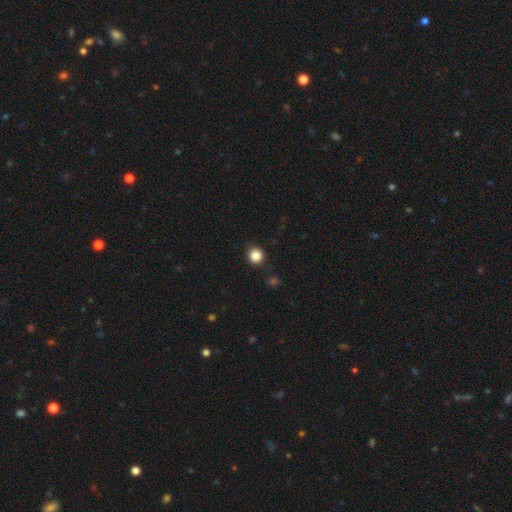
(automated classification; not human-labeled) smooth 86%, star or artifact 11%, featured or disk 3%. Down the decision tree: how rounded — round (94%); merging — none (90%).